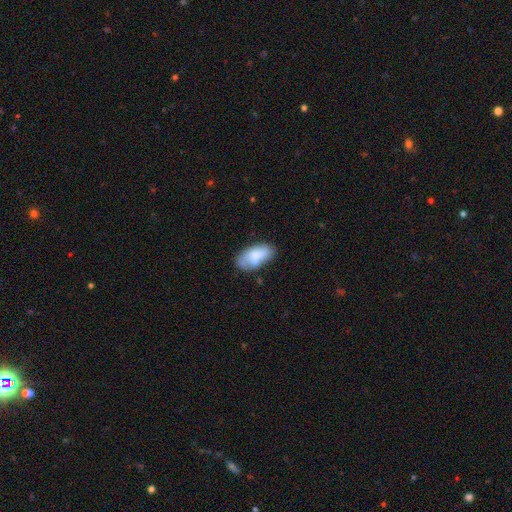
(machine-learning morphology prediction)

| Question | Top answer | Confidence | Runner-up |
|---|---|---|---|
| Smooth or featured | smooth | 73% | featured or disk (20%) |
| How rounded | in between | 94% | cigar-shaped (4%) |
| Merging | none | 58% | minor disturbance (27%) |